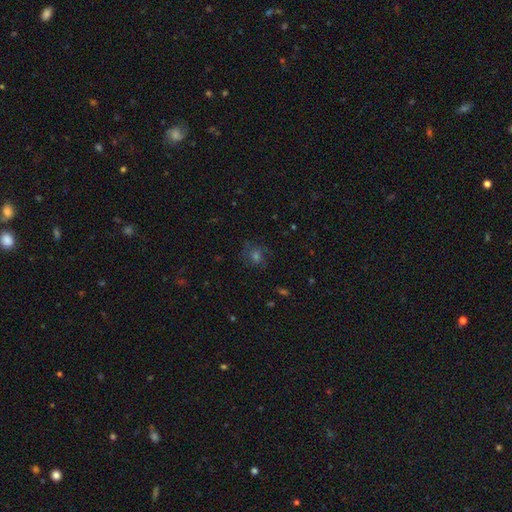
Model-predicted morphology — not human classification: smooth_or_featured: smooth (p=0.40) [alt: star or artifact p=0.32]
merging: none (p=0.74) [alt: minor disturbance p=0.15]